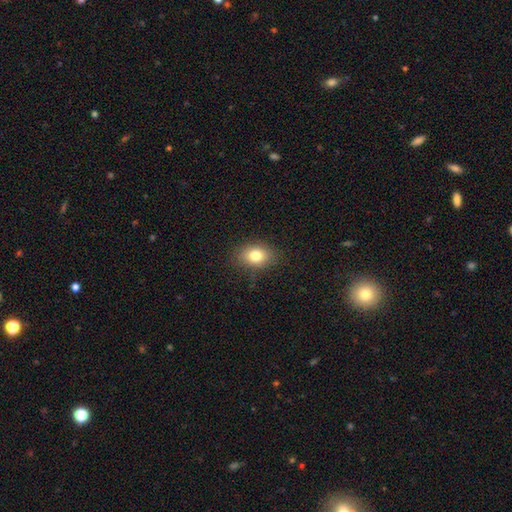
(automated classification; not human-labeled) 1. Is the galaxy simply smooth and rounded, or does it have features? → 80% smooth, 10% star or artifact, 10% featured or disk.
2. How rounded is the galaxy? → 68% in between, 31% round, 1% cigar-shaped.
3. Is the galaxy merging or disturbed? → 85% none, 11% minor disturbance, 3% major disturbance, 1% merger.